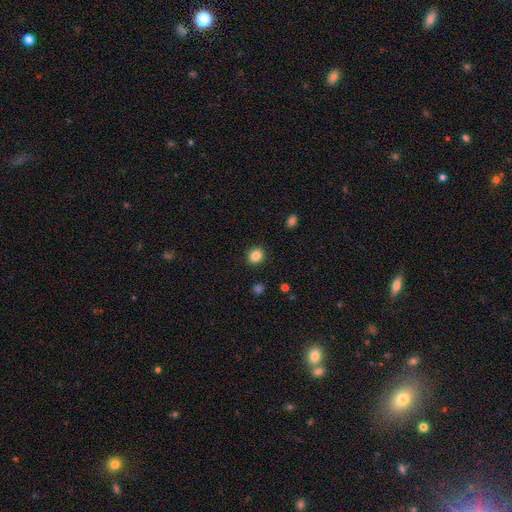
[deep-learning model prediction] This is clearly a smooth galaxy (85%). How rounded: likely round (74%). Merging: clearly none (91%).